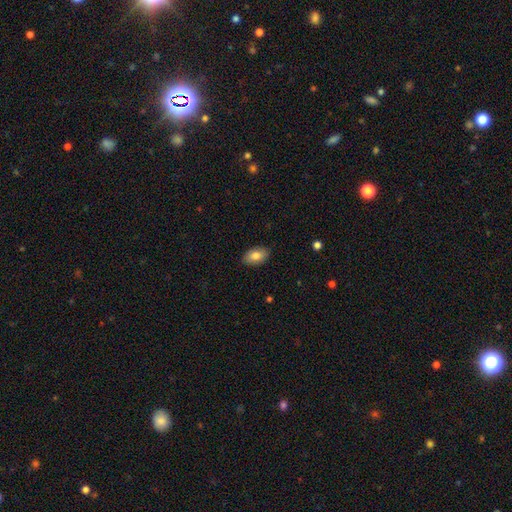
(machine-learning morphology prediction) Q: Smooth or featured?
A: smooth (82%); runner-up: featured or disk (12%)
Q: How rounded?
A: in between (92%); runner-up: round (7%)
Q: Merging?
A: none (87%); runner-up: minor disturbance (10%)